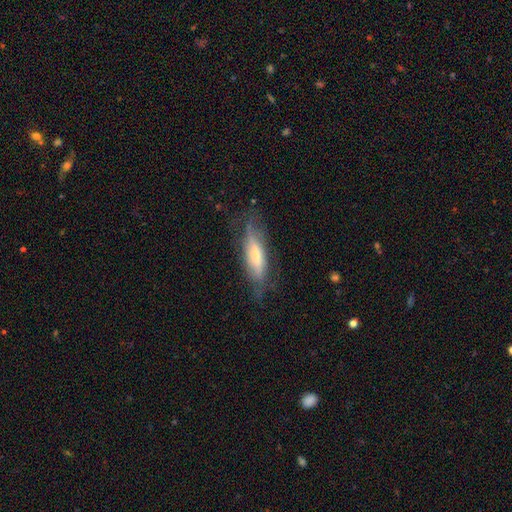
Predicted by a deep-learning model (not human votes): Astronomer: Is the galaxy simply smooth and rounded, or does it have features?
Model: featured or disk — 47% (runner-up: smooth, 46%).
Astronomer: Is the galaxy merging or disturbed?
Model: none — 61%.